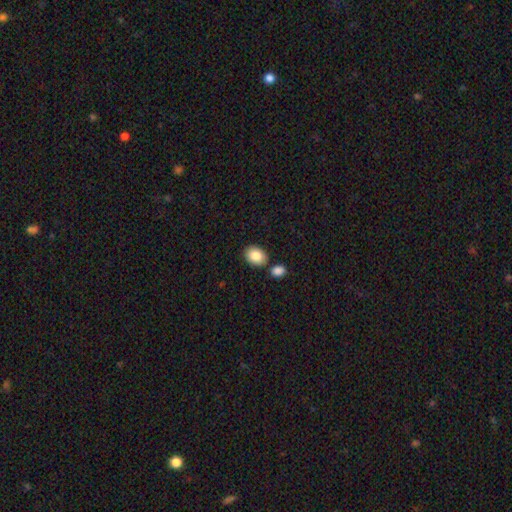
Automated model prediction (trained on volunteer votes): A smooth galaxy with no disk features (87%) that is in between round and cigar-shaped (71%).

Vote fractions:
- Smooth or featured? smooth: 87% / star or artifact: 7% / featured or disk: 6%
- How rounded? in between: 71% / round: 28% / cigar-shaped: 1%
- Merging? none: 78% / merger: 10% / minor disturbance: 9% / major disturbance: 2%